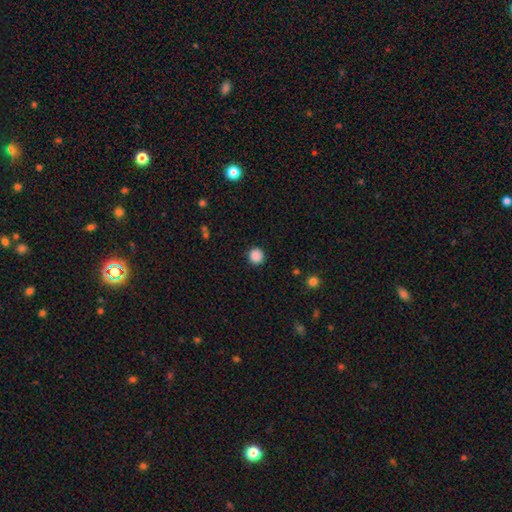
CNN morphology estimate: smooth-or-featured: smooth: 87% | star or artifact: 10% | featured or disk: 3%
  how-rounded: round: 94% | in between: 5% | cigar-shaped: 1%
  merging: none: 90% | minor disturbance: 6% | major disturbance: 2% | merger: 1%